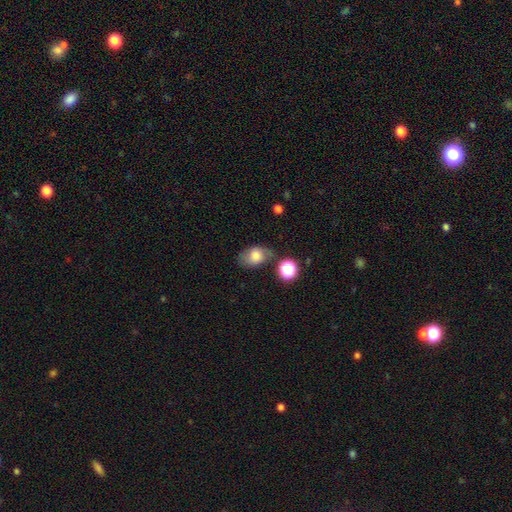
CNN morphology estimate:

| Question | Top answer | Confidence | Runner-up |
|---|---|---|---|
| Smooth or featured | smooth | 70% | featured or disk (19%) |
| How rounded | in between | 76% | round (23%) |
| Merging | none | 59% | minor disturbance (24%) |